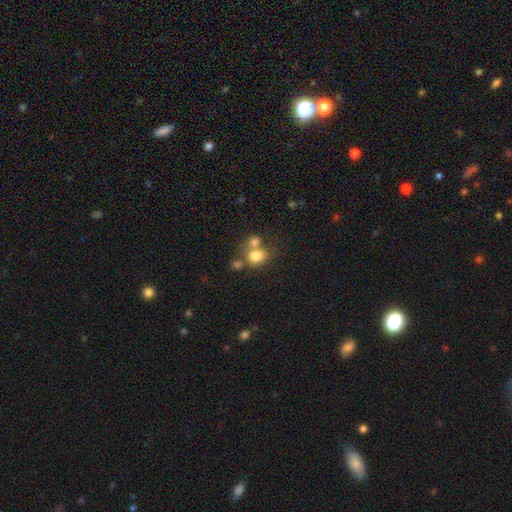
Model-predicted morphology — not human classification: smooth_or_featured: smooth (p=0.77) [alt: featured or disk p=0.12]
how_rounded: round (p=0.52) [alt: in between p=0.47]
merging: merger (p=0.43) [alt: none p=0.40]